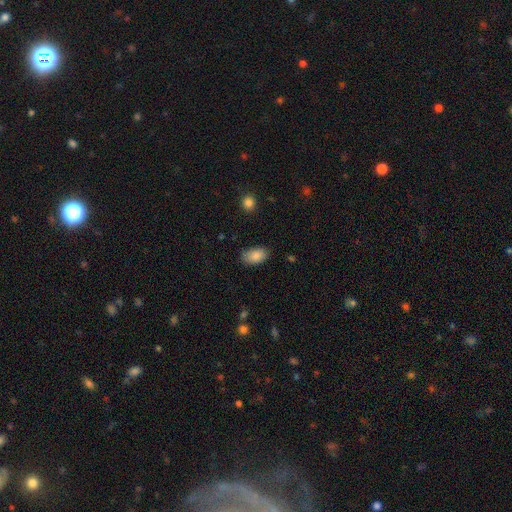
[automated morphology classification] Smooth or featured: smooth — 86% (star or artifact — 8%)
How rounded: in between — 93% (round — 6%)
Merging: none — 80% (minor disturbance — 16%)